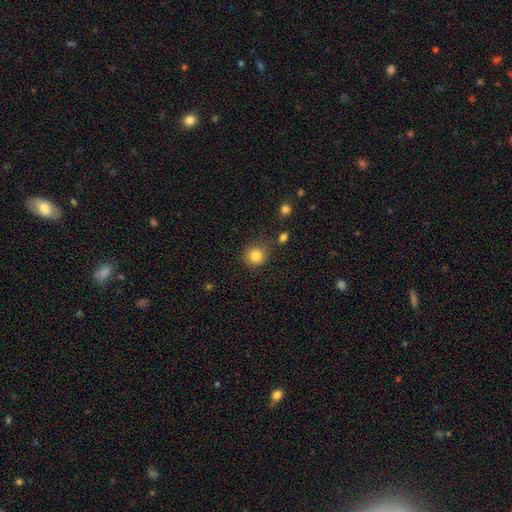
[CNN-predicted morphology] Q: Smooth or featured?
A: smooth (83%); runner-up: star or artifact (11%)
Q: How rounded?
A: round (90%); runner-up: in between (9%)
Q: Merging?
A: none (81%); runner-up: minor disturbance (11%)